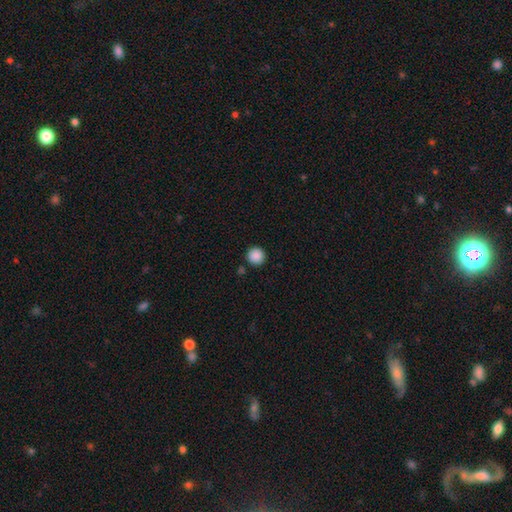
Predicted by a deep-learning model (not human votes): Smooth or featured? Predicted: smooth (p=0.88). How rounded? Predicted: round (p=0.95). Merging? Predicted: none (p=0.89).